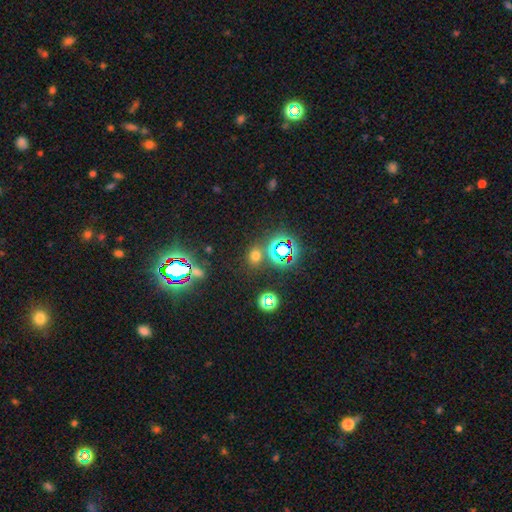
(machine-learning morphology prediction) The model was most divided on "smooth or featured": smooth: 53%, star or artifact: 40%, featured or disk: 6%. More confident: merging — none (79%); how rounded — round (74%).